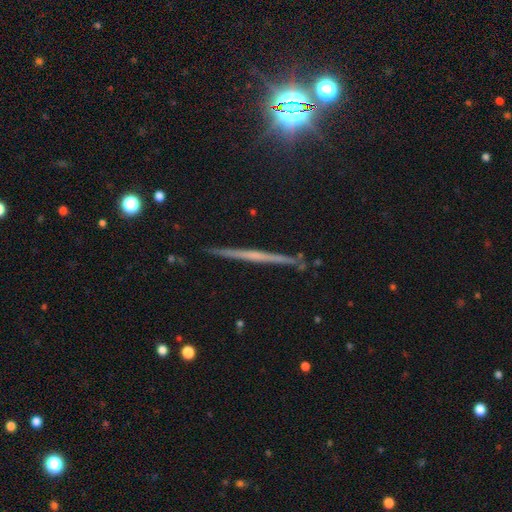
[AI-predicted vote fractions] featured or disk 65%, smooth 22%, star or artifact 13%. Down the decision tree: edge-on disk — yes (97%); edge-on bulge — none (71%); merging — none (90%).